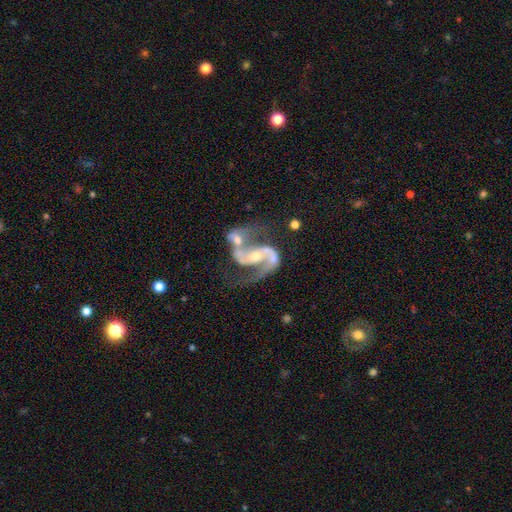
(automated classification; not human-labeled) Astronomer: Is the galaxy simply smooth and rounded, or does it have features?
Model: featured or disk — 91%.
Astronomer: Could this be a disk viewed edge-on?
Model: no — 98%.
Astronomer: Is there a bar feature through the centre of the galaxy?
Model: no — 41% (runner-up: weak, 34%).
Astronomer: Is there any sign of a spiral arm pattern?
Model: yes — 97%.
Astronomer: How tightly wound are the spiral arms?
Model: medium — 53% (runner-up: loose, 37%).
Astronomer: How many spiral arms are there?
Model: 2 — 91%.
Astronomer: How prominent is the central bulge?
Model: small — 52% (runner-up: moderate, 42%).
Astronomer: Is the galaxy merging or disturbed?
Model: merger — 38% (runner-up: none, 35%).